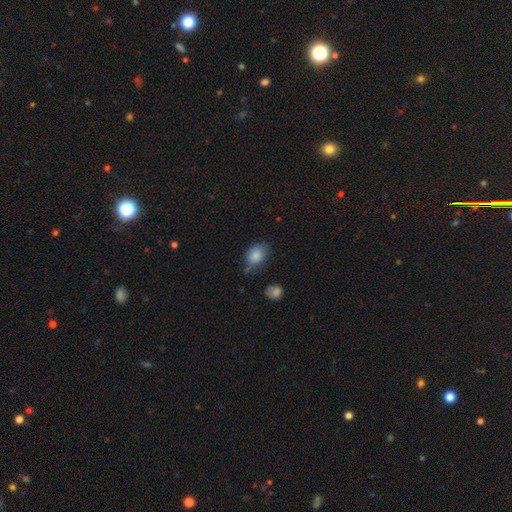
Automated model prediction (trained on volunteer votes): Smooth or featured: smooth — 85% (star or artifact — 8%)
How rounded: in between — 72% (round — 27%)
Merging: none — 57% (minor disturbance — 30%)